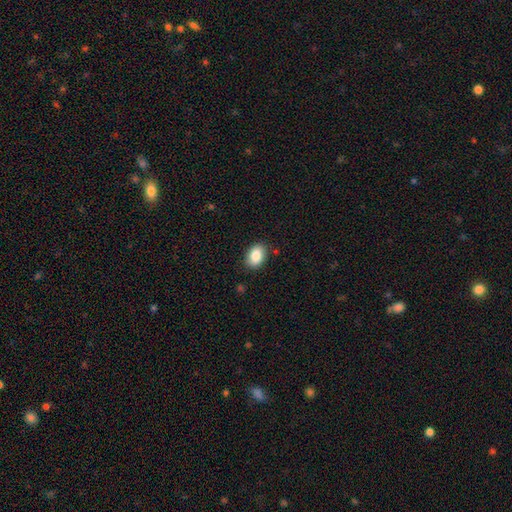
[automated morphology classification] Smooth or featured? Predicted: smooth (p=0.87). How rounded? Predicted: in between (p=0.84). Merging? Predicted: none (p=0.86).